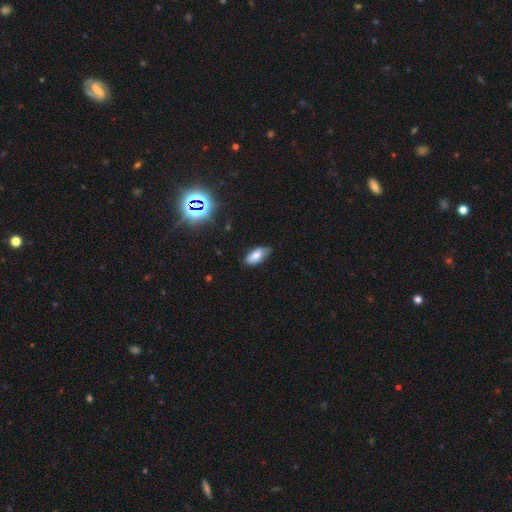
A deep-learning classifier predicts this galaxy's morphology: This appears to be a smooth galaxy with no disk features (73%) that is in between round and cigar-shaped (91%). Merging: none (70%).